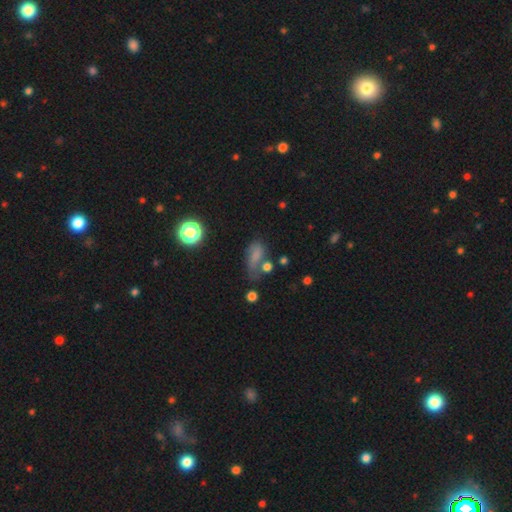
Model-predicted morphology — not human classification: Smooth or featured: smooth — 67% (star or artifact — 17%)
How rounded: in between — 75% (cigar-shaped — 13%)
Merging: none — 41% (minor disturbance — 28%)